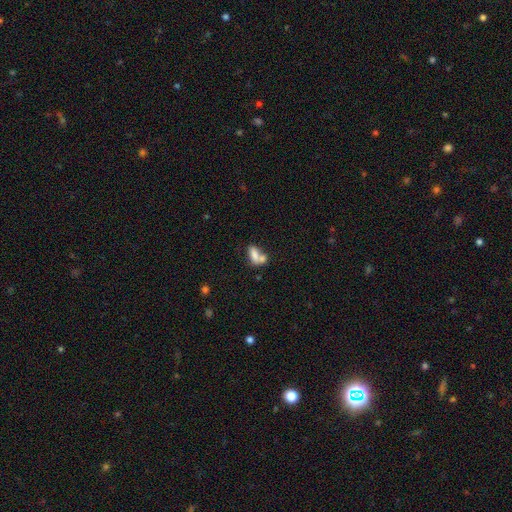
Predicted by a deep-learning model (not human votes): Overall: smooth (74%). How rounded: in between (83%). Merging: merger (58%; none 25%).